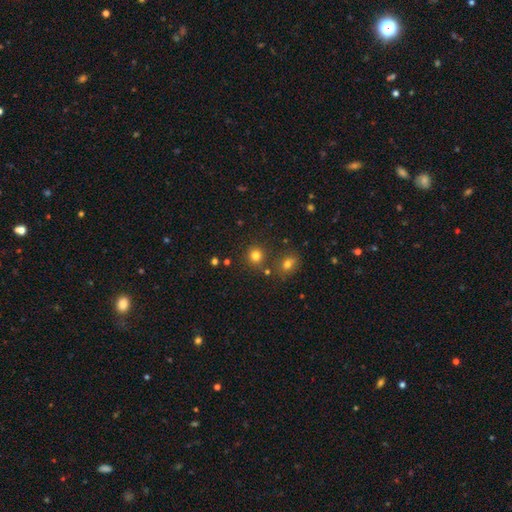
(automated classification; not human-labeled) This appears to be a smooth galaxy with no disk features (78%) that is round (88%). Merging: none (76%).